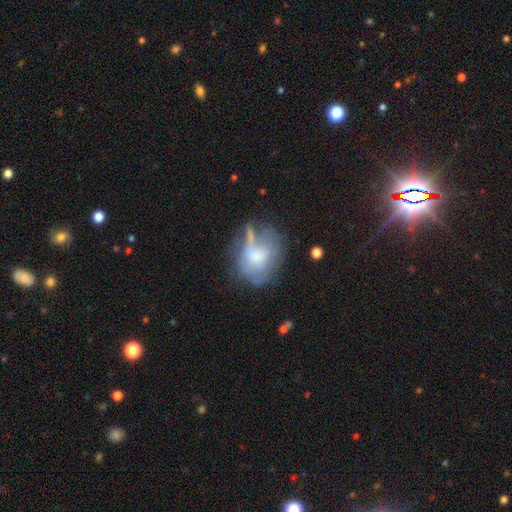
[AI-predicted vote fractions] The model was most divided on "how rounded": round: 53%, in between: 45%, cigar-shaped: 2%. Remaining: smooth or featured — smooth (51%); merging — none (40%).